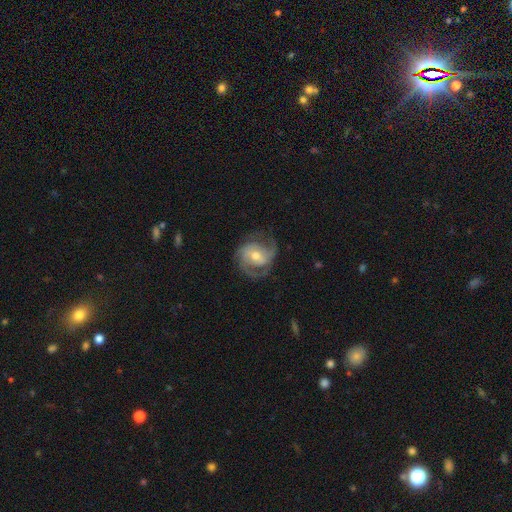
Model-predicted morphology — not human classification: Smooth or featured: featured or disk — 83% (smooth — 12%)
Edge-on disk: no — 98% (yes — 2%)
Bar: no — 51% (weak — 37%)
Spiral arms: yes — 95% (no — 5%)
Spiral winding: medium — 47% (tight — 35%)
Spiral arm count: 2 — 53% (3 — 23%)
Bulge size: moderate — 66% (small — 28%)
Merging: none — 67% (minor disturbance — 19%)